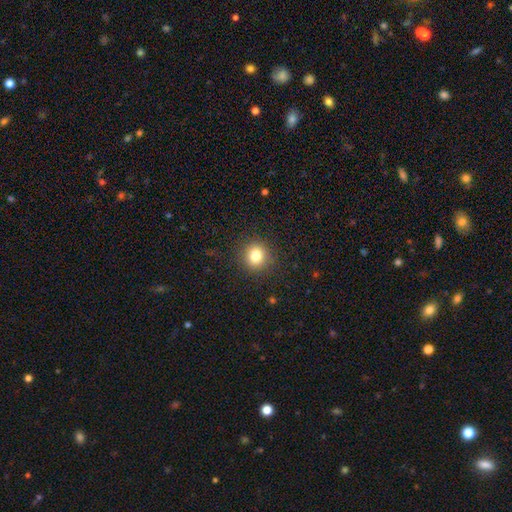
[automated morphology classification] Smooth or featured?
  - smooth: 81% *
  - star or artifact: 12%
  - featured or disk: 7%
How rounded?
  - round: 90% *
  - in between: 9%
  - cigar-shaped: 1%
Merging?
  - none: 90% *
  - minor disturbance: 6%
  - major disturbance: 3%
  - merger: 1%